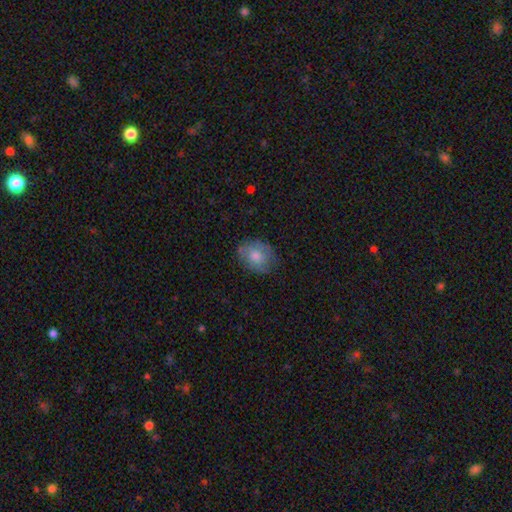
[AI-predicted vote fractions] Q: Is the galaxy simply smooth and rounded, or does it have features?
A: smooth — 64%.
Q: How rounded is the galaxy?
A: in between — 55%.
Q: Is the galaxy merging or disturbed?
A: none — 71%.